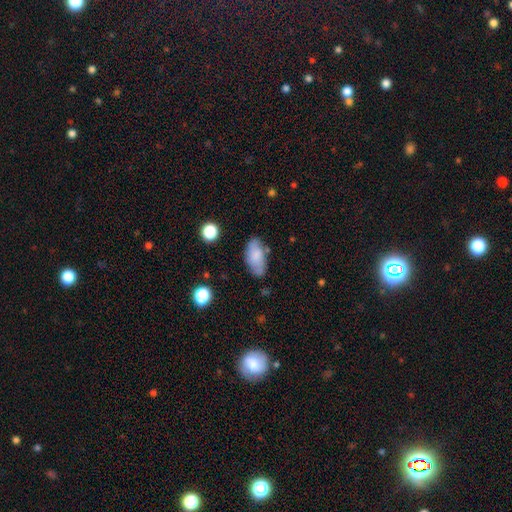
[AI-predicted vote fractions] Smooth or featured?
  - smooth: 74% *
  - featured or disk: 19%
  - star or artifact: 8%
How rounded?
  - in between: 93% *
  - round: 4%
  - cigar-shaped: 3%
Merging?
  - none: 69% *
  - minor disturbance: 22%
  - major disturbance: 5%
  - merger: 4%